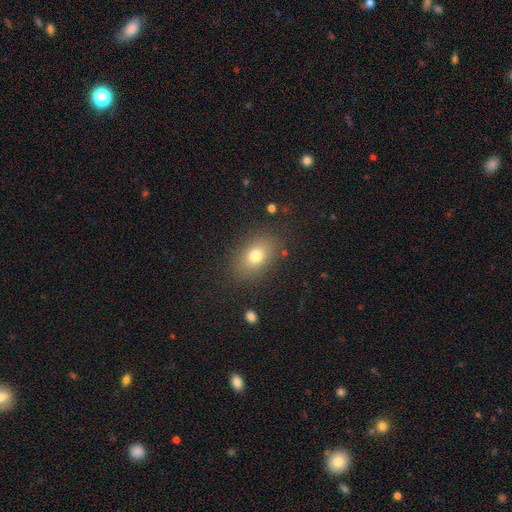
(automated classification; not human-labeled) Morphology: type=smooth (76%); roundness=in between (82%); merging=none (85%).